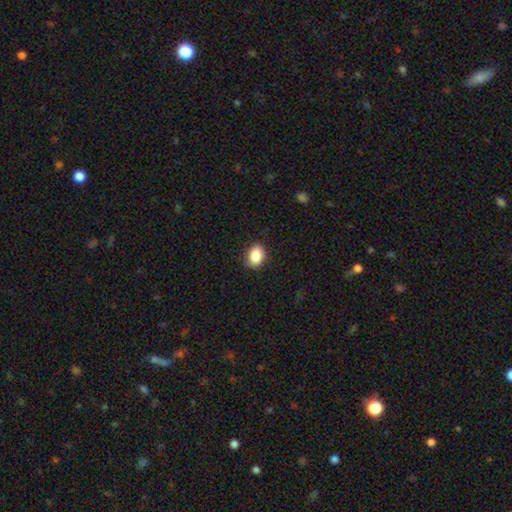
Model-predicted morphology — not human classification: Smooth or featured: smooth — 86% (star or artifact — 8%)
How rounded: in between — 73% (round — 26%)
Merging: none — 86% (minor disturbance — 11%)